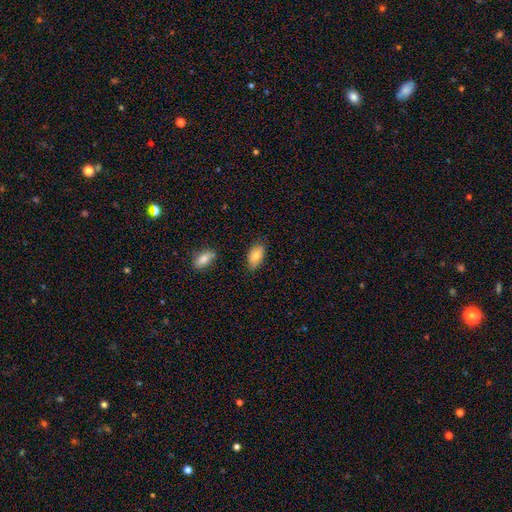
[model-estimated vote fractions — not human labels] smooth-or-featured: smooth: 81% | featured or disk: 12% | star or artifact: 8%
  how-rounded: in between: 93% | round: 5% | cigar-shaped: 2%
  merging: none: 77% | minor disturbance: 18% | major disturbance: 3% | merger: 2%